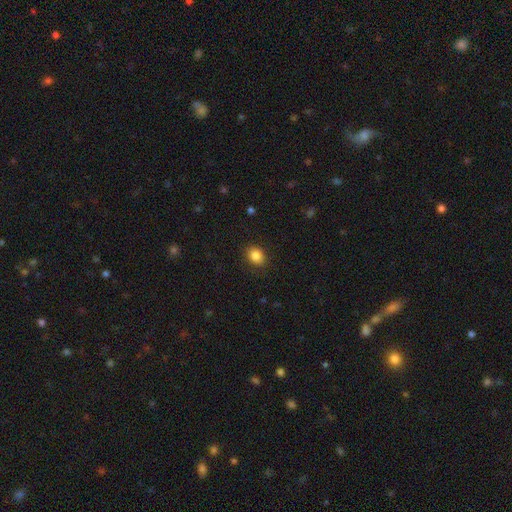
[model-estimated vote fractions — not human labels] smooth-or-featured: smooth: 86% | star or artifact: 10% | featured or disk: 4%
  how-rounded: round: 50% | in between: 49% | cigar-shaped: 1%
  merging: none: 88% | minor disturbance: 8% | major disturbance: 2% | merger: 1%